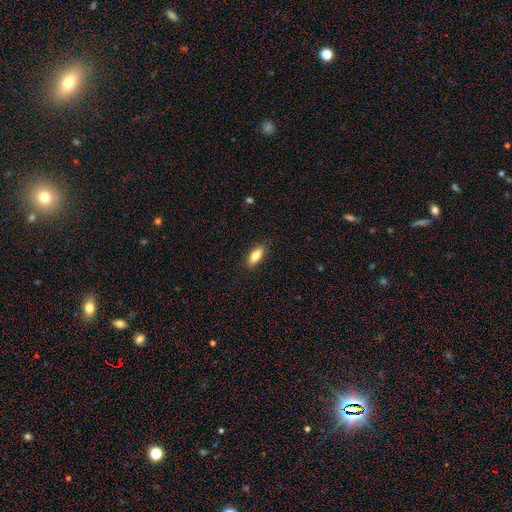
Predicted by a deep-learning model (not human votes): Smooth or featured?
  - smooth: 78% *
  - featured or disk: 15%
  - star or artifact: 7%
How rounded?
  - in between: 75% *
  - cigar-shaped: 23%
  - round: 3%
Merging?
  - none: 88% *
  - minor disturbance: 9%
  - major disturbance: 2%
  - merger: 1%